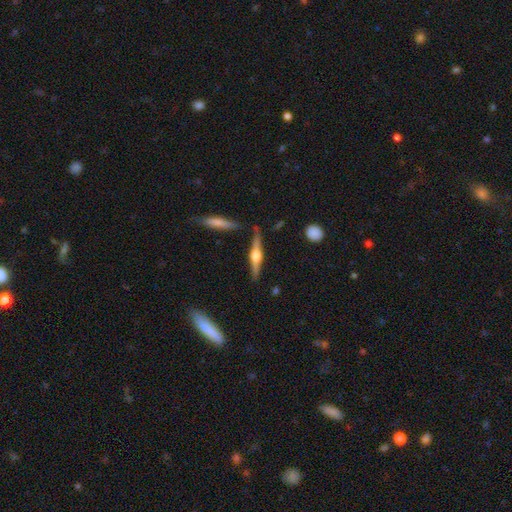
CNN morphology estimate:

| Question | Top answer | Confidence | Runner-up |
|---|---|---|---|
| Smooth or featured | featured or disk | 80% | smooth (15%) |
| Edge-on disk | yes | 98% | no (2%) |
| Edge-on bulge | rounded | 92% | boxy (6%) |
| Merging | none | 84% | minor disturbance (10%) |